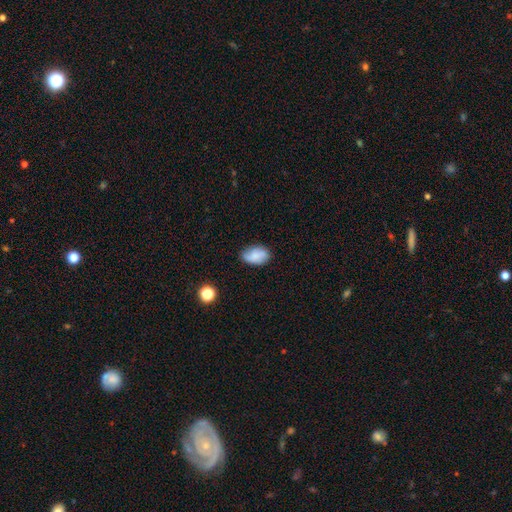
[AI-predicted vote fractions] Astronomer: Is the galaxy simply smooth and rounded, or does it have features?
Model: smooth — 74%.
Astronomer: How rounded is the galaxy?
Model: in between — 88%.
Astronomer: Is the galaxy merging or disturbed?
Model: none — 73%.